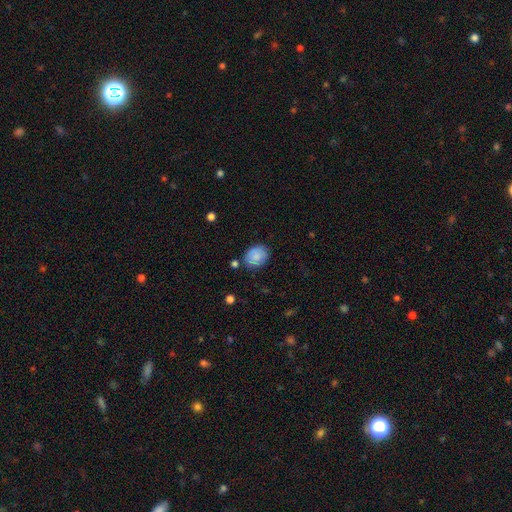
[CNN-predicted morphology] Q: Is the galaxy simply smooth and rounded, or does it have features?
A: smooth — 84%.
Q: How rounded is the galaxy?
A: round — 50%.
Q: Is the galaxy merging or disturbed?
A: none — 79%.